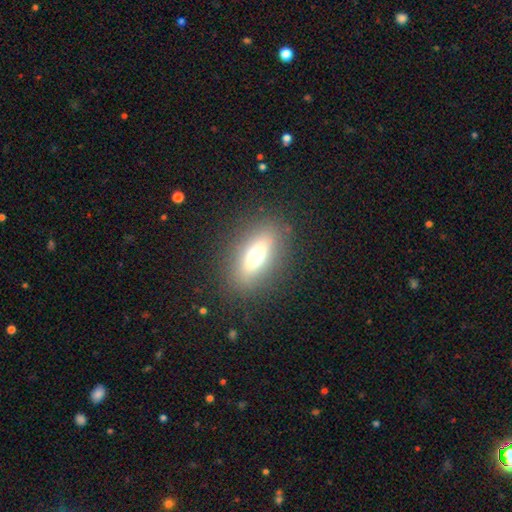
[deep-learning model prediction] This is likely a smooth galaxy (63%). How rounded: likely in between (72%). Merging: clearly none (86%).